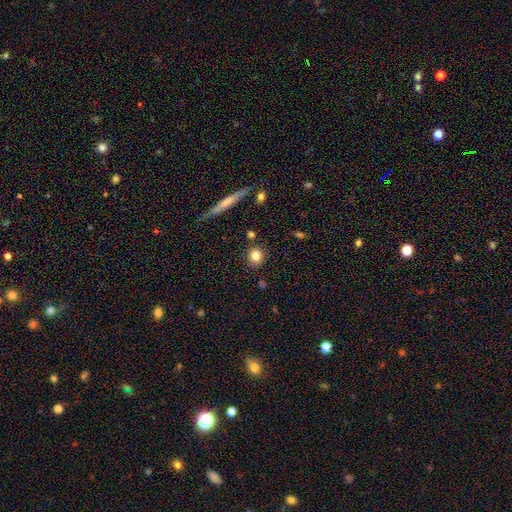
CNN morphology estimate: A smooth galaxy with no disk features (80%) that is round (84%). Merging: none (87%).